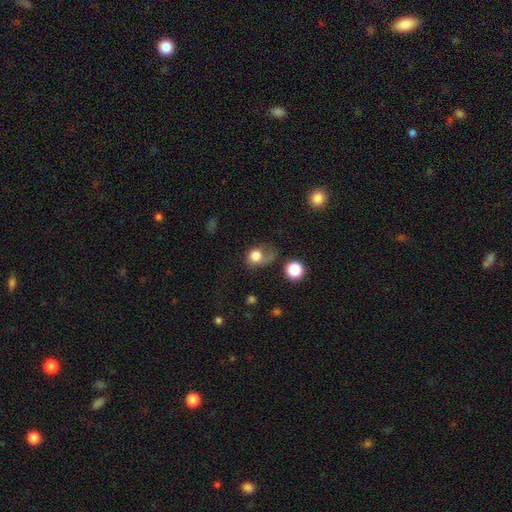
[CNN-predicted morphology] A smooth galaxy with no disk features (77%) that is round (63%). Merging: none (33%, tied with major disturbance).